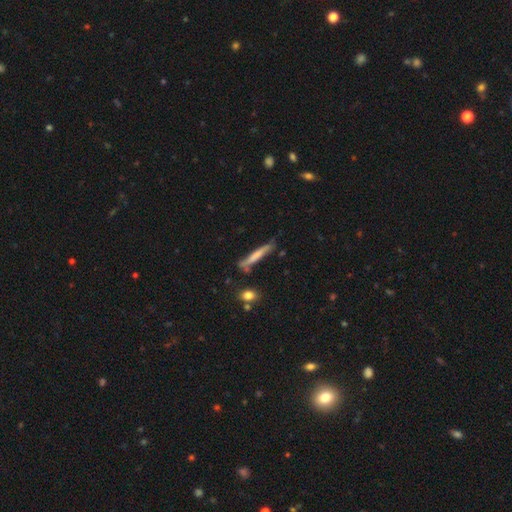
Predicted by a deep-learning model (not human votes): smooth 59%, featured or disk 35%, star or artifact 6%. Down the decision tree: how rounded — cigar-shaped (94%); merging — none (72%).